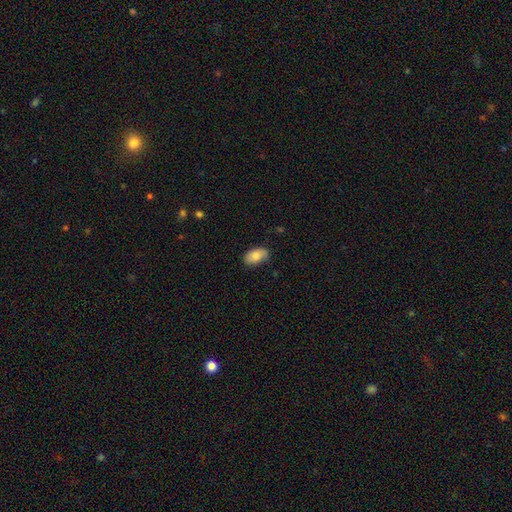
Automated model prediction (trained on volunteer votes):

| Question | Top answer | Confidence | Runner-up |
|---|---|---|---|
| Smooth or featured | smooth | 83% | featured or disk (10%) |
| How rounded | in between | 93% | round (5%) |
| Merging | none | 74% | minor disturbance (22%) |